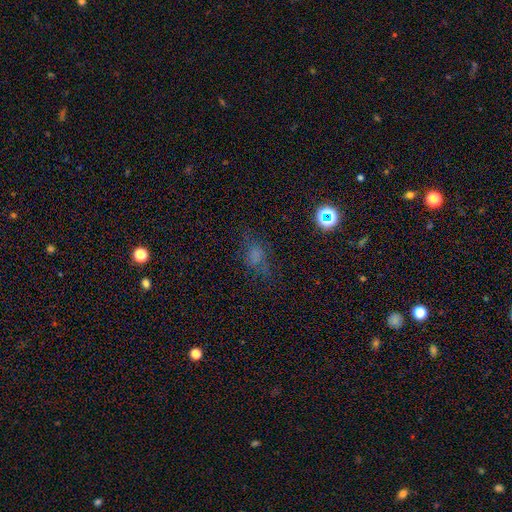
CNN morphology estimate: type=smooth (51%); roundness=in between (64%); merging=none (58%).